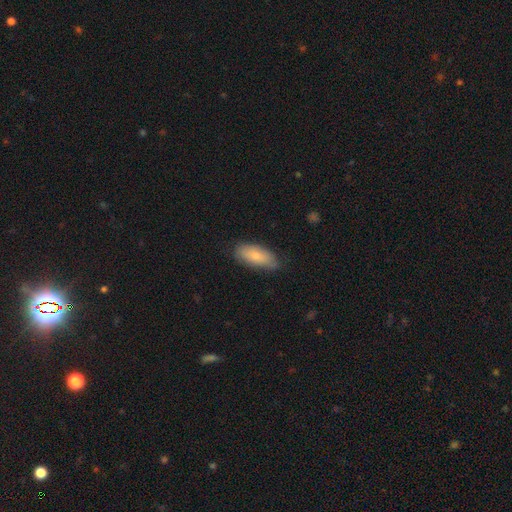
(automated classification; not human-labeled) Morphology: type=smooth (80%); roundness=in between (83%); merging=none (73%).